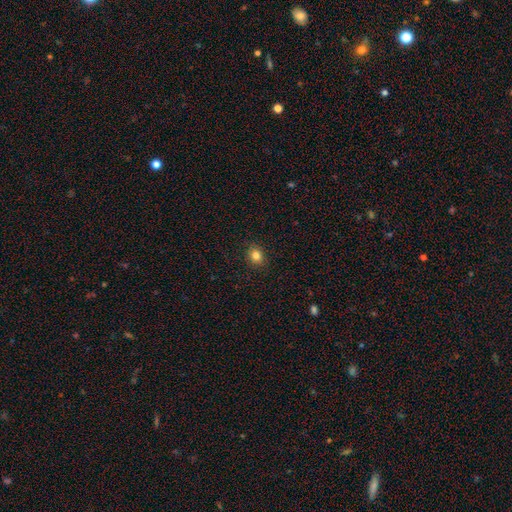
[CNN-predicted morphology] Smooth or featured?
  - smooth: 82% *
  - star or artifact: 12%
  - featured or disk: 7%
How rounded?
  - round: 63% *
  - in between: 36%
  - cigar-shaped: 1%
Merging?
  - none: 90% *
  - minor disturbance: 7%
  - major disturbance: 2%
  - merger: 1%